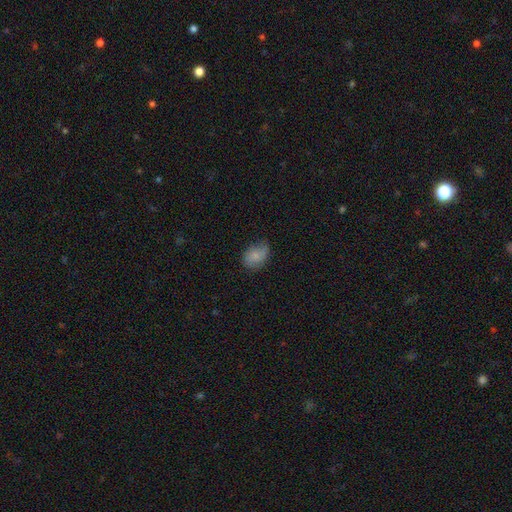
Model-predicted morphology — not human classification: Smooth or featured?
  - smooth: 73% *
  - featured or disk: 19%
  - star or artifact: 8%
How rounded?
  - in between: 78% *
  - round: 21%
  - cigar-shaped: 1%
Merging?
  - none: 61% *
  - minor disturbance: 30%
  - major disturbance: 8%
  - merger: 1%